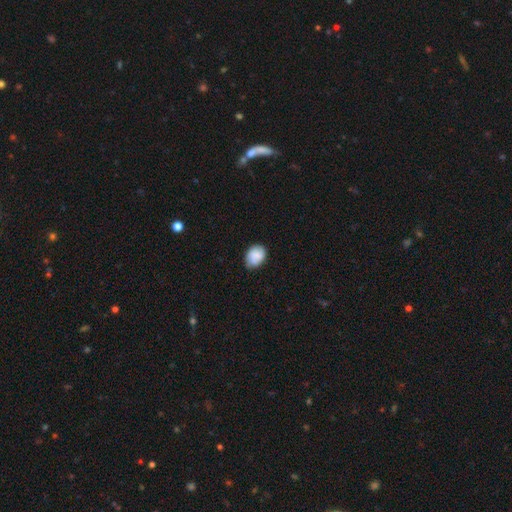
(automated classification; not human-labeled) The model was most divided on "how rounded": in between: 61%, round: 38%, cigar-shaped: 1%. More confident: smooth or featured — smooth (78%); merging — none (66%).